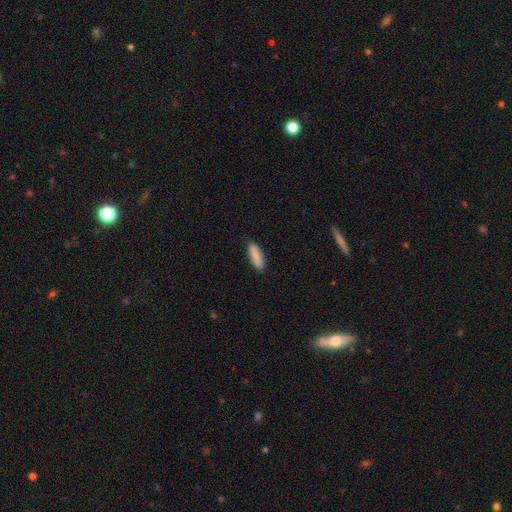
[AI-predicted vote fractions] smooth-or-featured: smooth: 85% | featured or disk: 9% | star or artifact: 6%
  how-rounded: cigar-shaped: 53% | in between: 45% | round: 2%
  merging: none: 87% | minor disturbance: 10% | major disturbance: 2% | merger: 1%